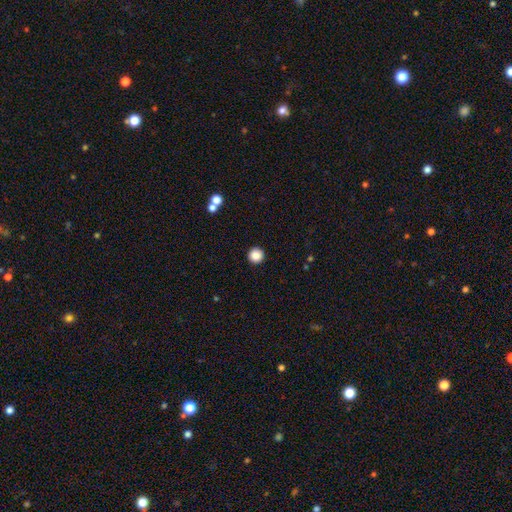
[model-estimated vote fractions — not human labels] Smooth or featured: smooth — 87% (star or artifact — 10%)
How rounded: round — 96% (in between — 3%)
Merging: none — 93% (minor disturbance — 4%)